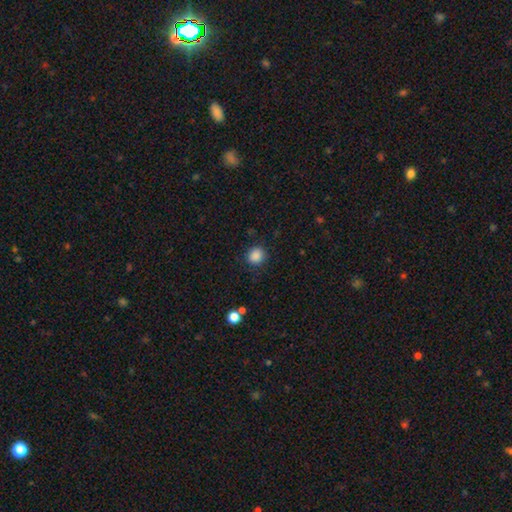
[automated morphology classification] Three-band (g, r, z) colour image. It shows a smooth galaxy with no disk features (87%) that is round (82%). Merging: none (87%).